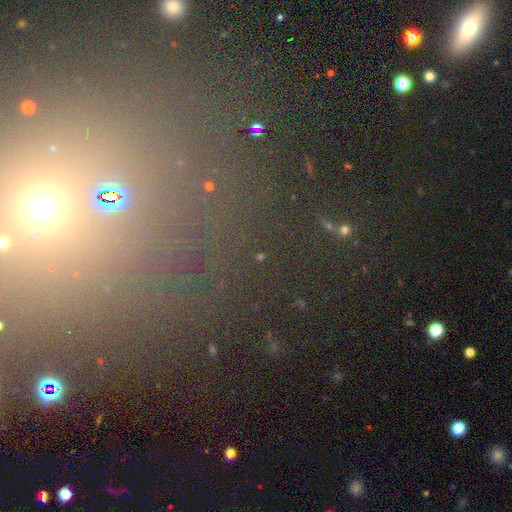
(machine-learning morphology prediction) Q: Smooth or featured?
A: star or artifact (62%); runner-up: smooth (28%)